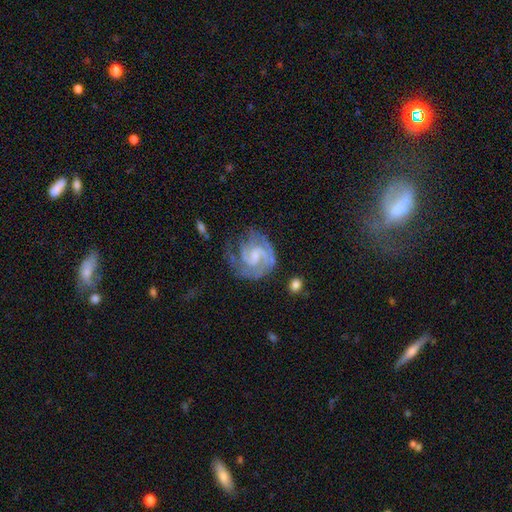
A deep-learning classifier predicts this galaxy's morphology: The model was most divided on "spiral winding": tight: 51%, medium: 41%, loose: 9%. Remaining: edge-on disk — no (98%); spiral arms — yes (96%); smooth or featured — featured or disk (86%); merging — none (61%); spiral arm count — 2 (59%); bar — weak (54%); bulge size — small (48%).